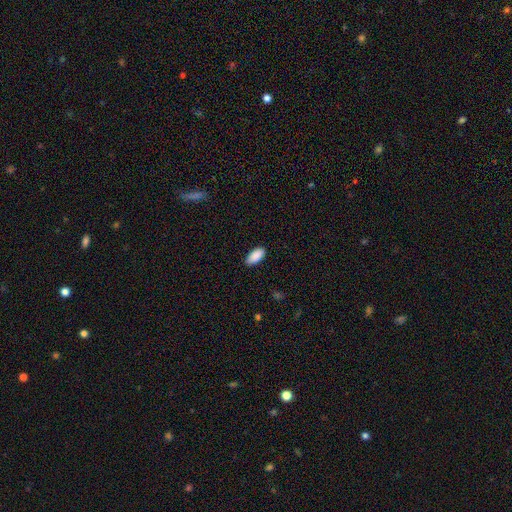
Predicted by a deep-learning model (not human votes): A smooth galaxy with no disk features (90%) that is in between round and cigar-shaped (93%).

Vote fractions:
- Smooth or featured? smooth: 90% / star or artifact: 7% / featured or disk: 3%
- How rounded? in between: 93% / cigar-shaped: 5% / round: 2%
- Merging? none: 86% / minor disturbance: 11% / major disturbance: 2% / merger: 1%